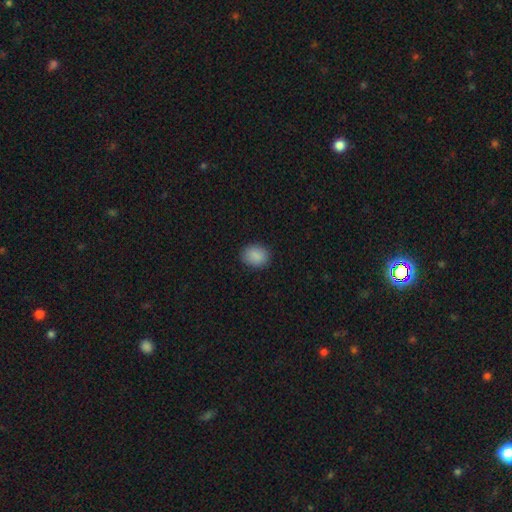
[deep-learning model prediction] Smooth or featured: smooth — 89% (star or artifact — 8%)
How rounded: in between — 51% (round — 48%)
Merging: none — 88% (minor disturbance — 9%)